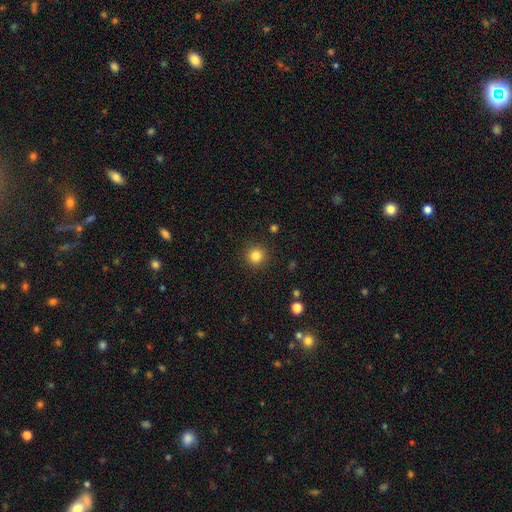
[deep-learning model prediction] Overall: smooth (84%). How rounded: round (93%). Merging: none (91%).